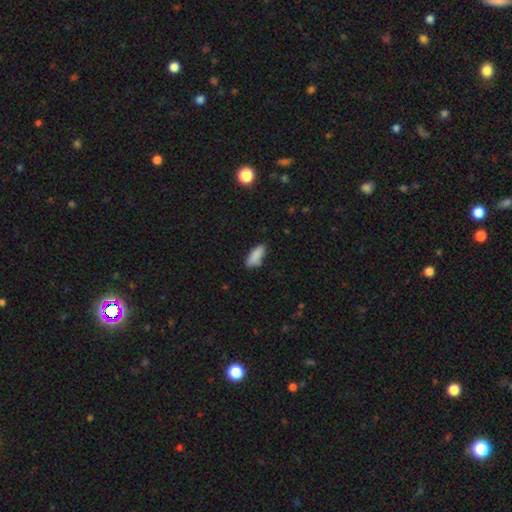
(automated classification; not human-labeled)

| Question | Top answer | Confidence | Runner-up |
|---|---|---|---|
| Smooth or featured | smooth | 87% | star or artifact (7%) |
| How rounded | in between | 76% | cigar-shaped (22%) |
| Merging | none | 74% | minor disturbance (20%) |